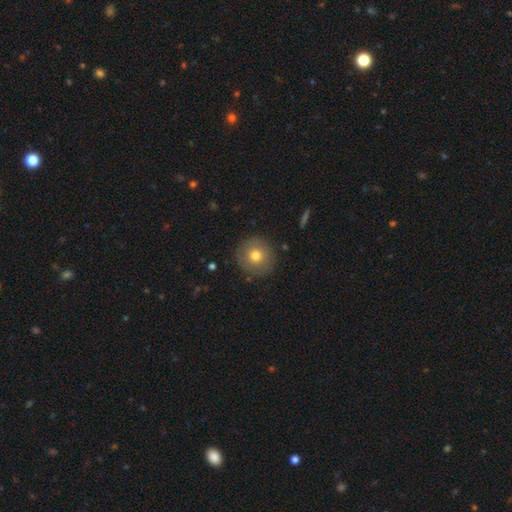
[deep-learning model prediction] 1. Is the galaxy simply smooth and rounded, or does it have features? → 73% smooth, 17% featured or disk, 10% star or artifact.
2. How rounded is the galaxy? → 95% round, 4% in between, 1% cigar-shaped.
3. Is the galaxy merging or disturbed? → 88% none, 8% minor disturbance, 3% major disturbance, 1% merger.